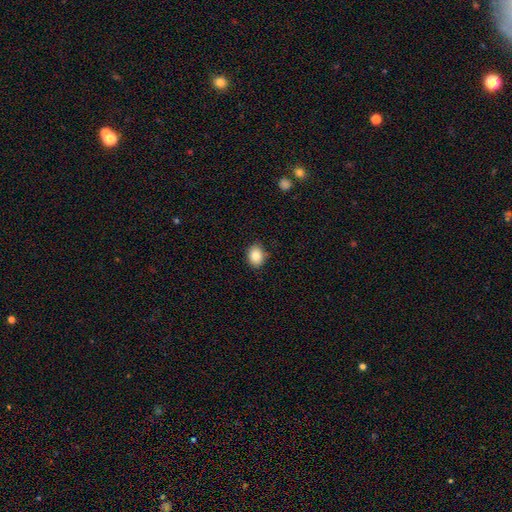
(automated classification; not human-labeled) A smooth galaxy with no disk features (86%) that is in between round and cigar-shaped (57%). Merging: none (86%).